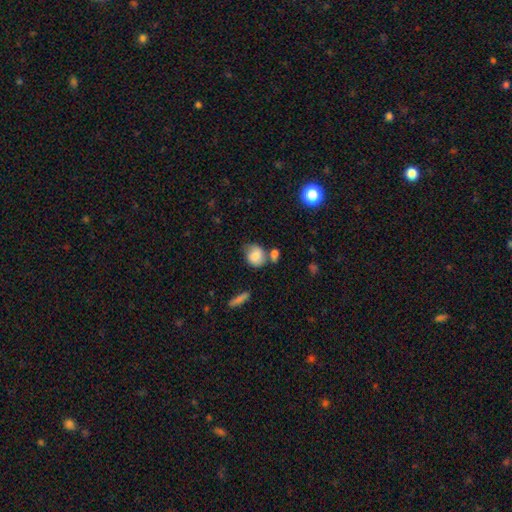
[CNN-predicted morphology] Q: Smooth or featured?
A: smooth (75%); runner-up: featured or disk (16%)
Q: How rounded?
A: round (59%); runner-up: in between (39%)
Q: Merging?
A: none (49%); runner-up: minor disturbance (24%)